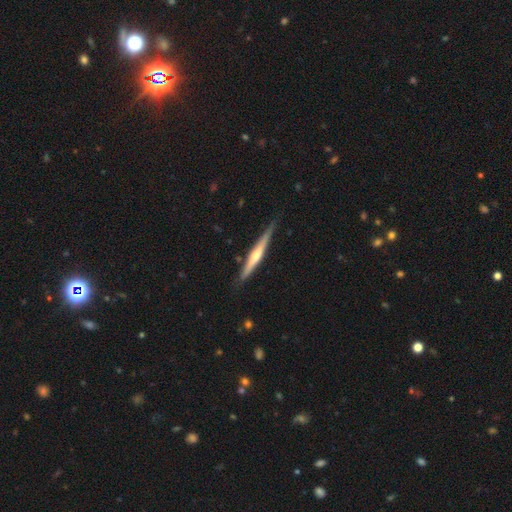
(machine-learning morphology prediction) featured or disk 68%, smooth 27%, star or artifact 5%. Down the decision tree: edge-on disk — yes (97%); edge-on bulge — rounded (76%); merging — none (83%).